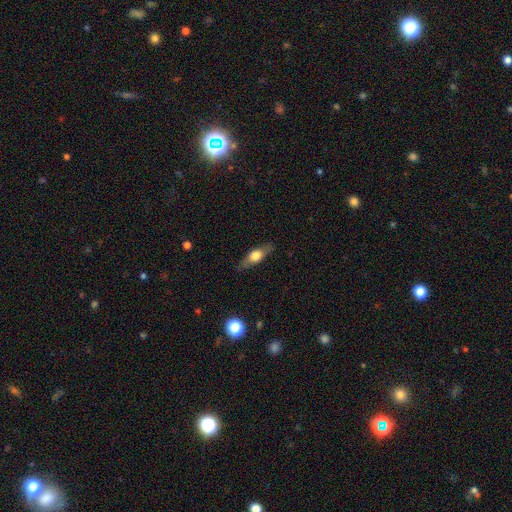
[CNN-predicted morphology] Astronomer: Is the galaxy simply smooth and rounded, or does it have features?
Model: smooth — 51% (runner-up: featured or disk, 42%).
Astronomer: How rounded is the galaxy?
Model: in between — 57% (runner-up: cigar-shaped, 37%).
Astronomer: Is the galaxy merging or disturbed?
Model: none — 80%.